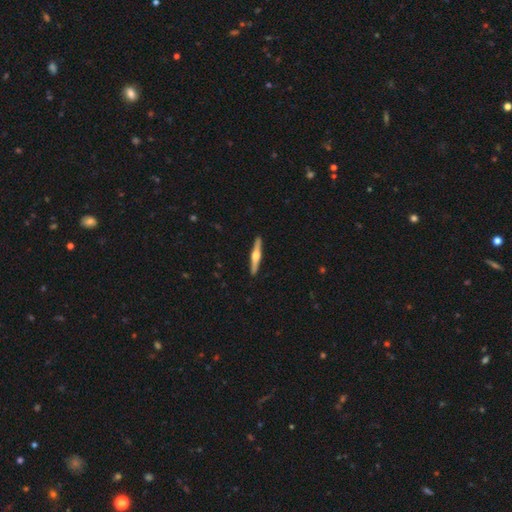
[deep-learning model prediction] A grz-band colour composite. It shows a featured or disk galaxy (71%) viewed edge-on (98%) with a rounded central bulge (92%). Merging: none (92%).